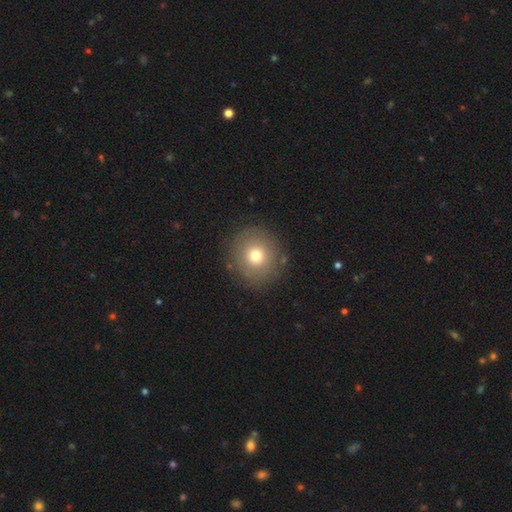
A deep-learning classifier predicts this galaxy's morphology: A smooth galaxy with no disk features (73%) that is round (92%).

Vote fractions:
- Smooth or featured? smooth: 73% / featured or disk: 15% / star or artifact: 12%
- How rounded? round: 92% / in between: 7% / cigar-shaped: 1%
- Merging? none: 88% / minor disturbance: 8% / major disturbance: 3% / merger: 1%